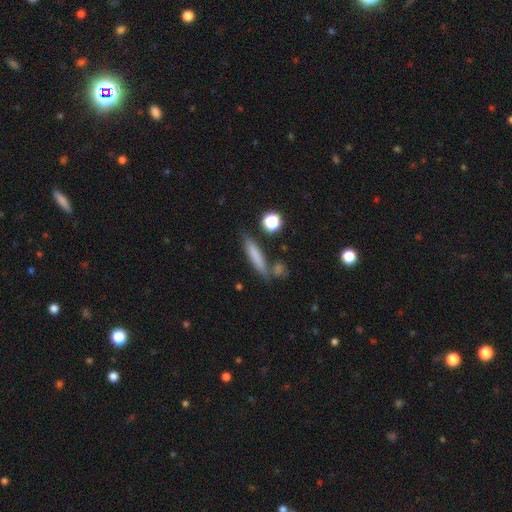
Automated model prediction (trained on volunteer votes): Smooth or featured?
  - smooth: 73% *
  - featured or disk: 18%
  - star or artifact: 9%
How rounded?
  - cigar-shaped: 83% *
  - in between: 14%
  - round: 3%
Merging?
  - none: 71% *
  - minor disturbance: 15%
  - merger: 10%
  - major disturbance: 5%